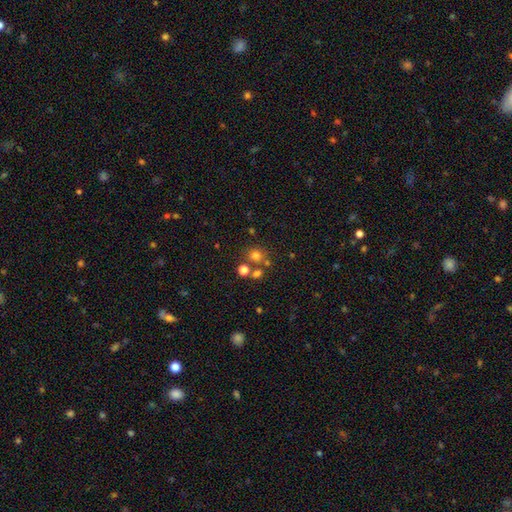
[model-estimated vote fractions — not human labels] Overall: smooth (71%). How rounded: round (85%). Merging: none (66%).